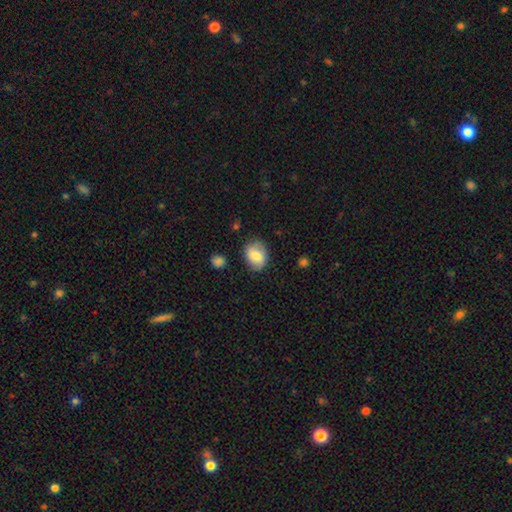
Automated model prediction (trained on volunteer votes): A smooth galaxy with no disk features (73%) that is in between round and cigar-shaped (62%). Merging: none (75%).